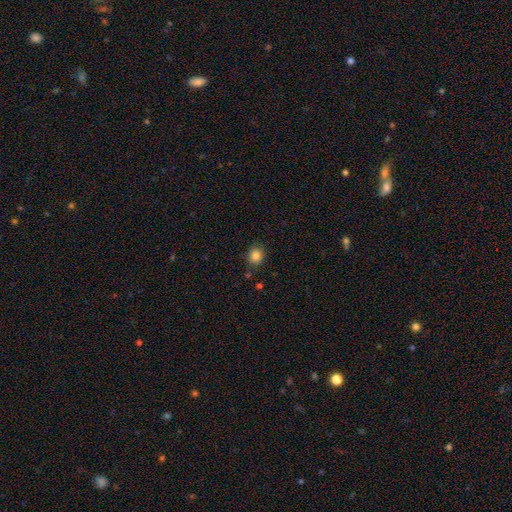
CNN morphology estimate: This appears to be a smooth galaxy with no disk features (85%) that is round (78%). Merging: none (84%).